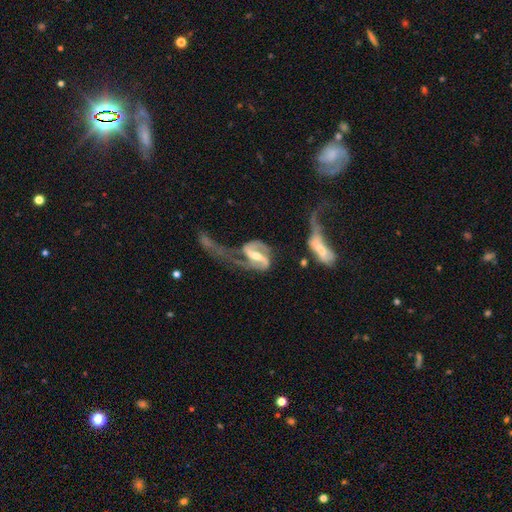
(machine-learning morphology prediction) This is clearly a featured or disk galaxy (89%). It is clearly not viewed edge-on (96%). Bar: possibly strong (58%). Spiral arm pattern: clearly yes (94%). Spiral arm count: clearly 2 (87%). Spiral winding: possibly loose (47%). Central bulge: possibly moderate (60%). Merging: marginally major disturbance (43%).